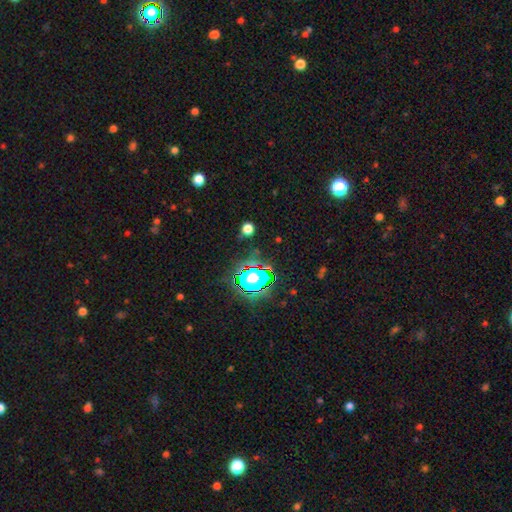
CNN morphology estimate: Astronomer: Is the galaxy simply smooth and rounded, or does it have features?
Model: star or artifact — 78%.